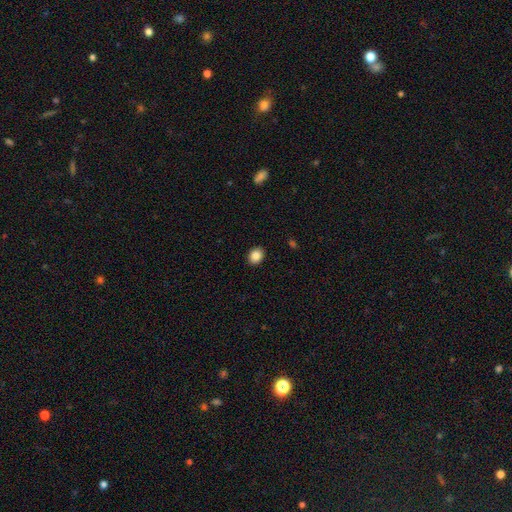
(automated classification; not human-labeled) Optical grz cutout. It shows a smooth galaxy with no disk features (86%) that is in between round and cigar-shaped (55%). Merging: none (91%).